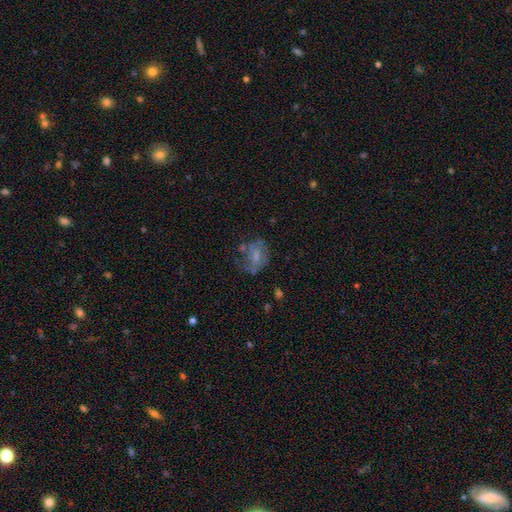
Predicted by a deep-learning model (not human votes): Morphology: type=featured or disk (45%); merging=none (40%).